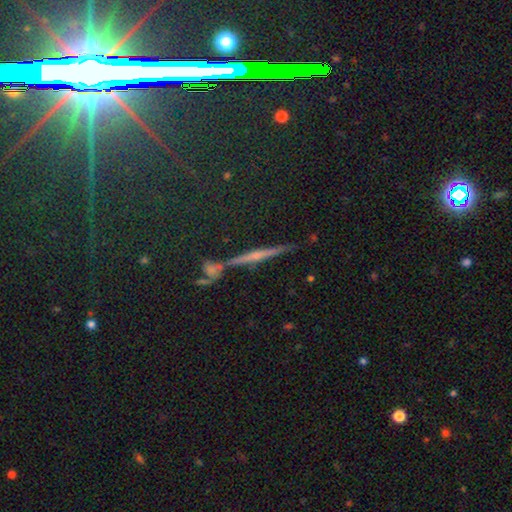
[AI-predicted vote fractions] smooth_or_featured: featured or disk (p=0.54) [alt: star or artifact p=0.24]
disk_edge_on: yes (p=0.91) [alt: no p=0.09]
merging: none (p=0.76) [alt: minor disturbance p=0.11]